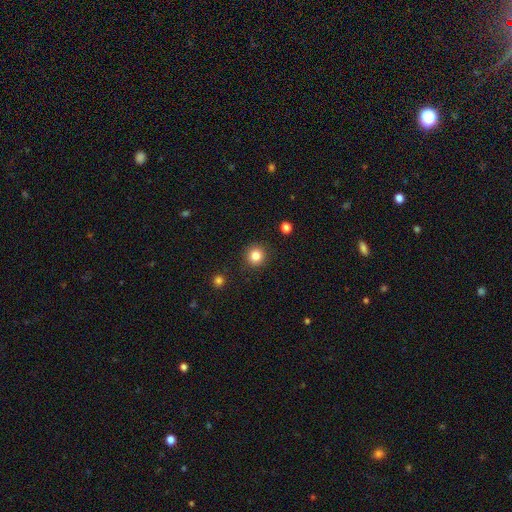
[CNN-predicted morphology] The model was most divided on "smooth or featured": smooth: 83%, star or artifact: 11%, featured or disk: 5%. More confident: how rounded — round (93%); merging — none (91%).